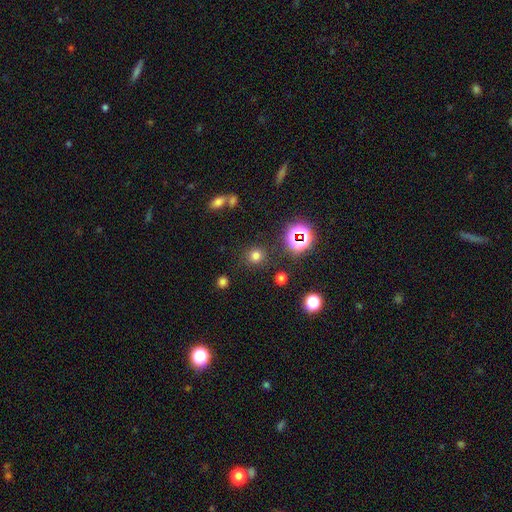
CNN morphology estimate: This appears to be a smooth galaxy with no disk features (70%) that is round (91%). Merging: none (86%).